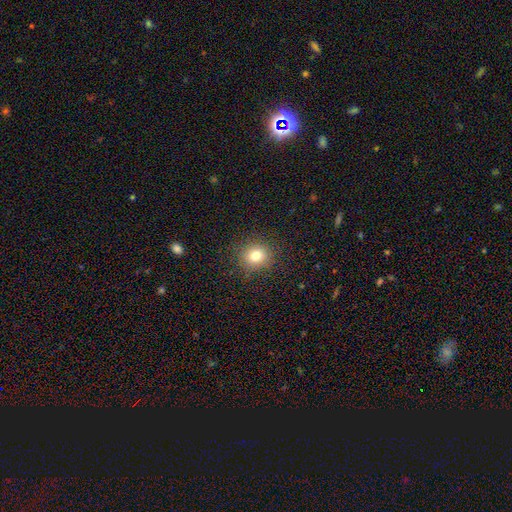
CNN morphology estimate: A smooth galaxy with no disk features (79%) that is round (85%). Merging: none (89%).